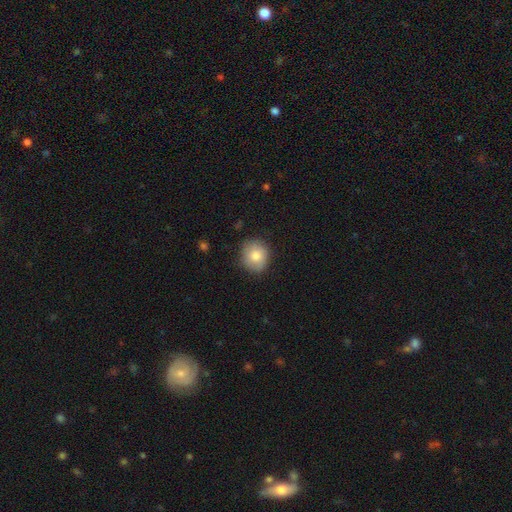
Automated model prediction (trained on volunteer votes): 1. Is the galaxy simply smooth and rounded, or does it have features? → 81% smooth, 11% featured or disk, 8% star or artifact.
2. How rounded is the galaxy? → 82% round, 17% in between, 1% cigar-shaped.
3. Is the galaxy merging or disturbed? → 82% none, 14% minor disturbance, 3% major disturbance, 1% merger.